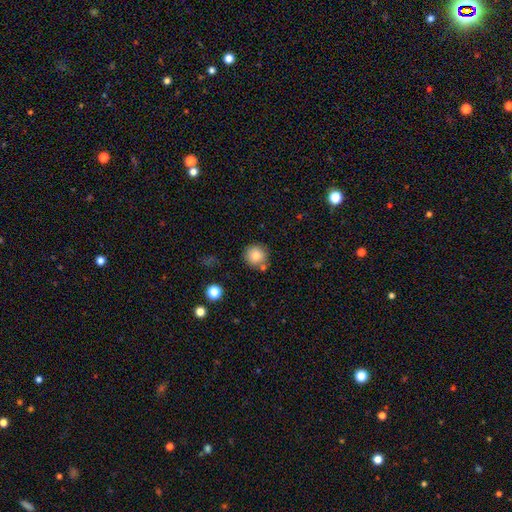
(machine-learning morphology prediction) smooth-or-featured: smooth: 79% | featured or disk: 11% | star or artifact: 10%
  how-rounded: round: 94% | in between: 5% | cigar-shaped: 1%
  merging: none: 76% | merger: 11% | minor disturbance: 10% | major disturbance: 3%